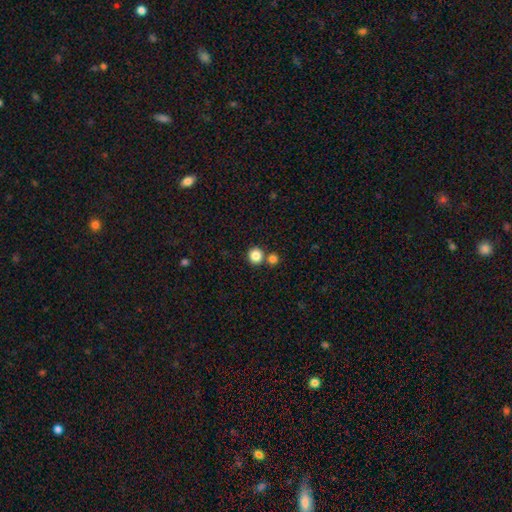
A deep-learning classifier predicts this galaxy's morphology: Smooth or featured? Predicted: smooth (p=0.85). How rounded? Predicted: round (p=0.91). Merging? Predicted: none (p=0.71).